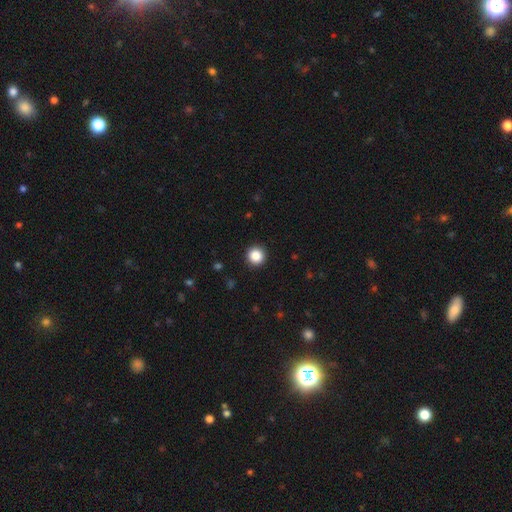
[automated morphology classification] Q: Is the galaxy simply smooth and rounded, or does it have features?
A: smooth — 87%.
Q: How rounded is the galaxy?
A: round — 95%.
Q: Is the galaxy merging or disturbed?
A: none — 92%.